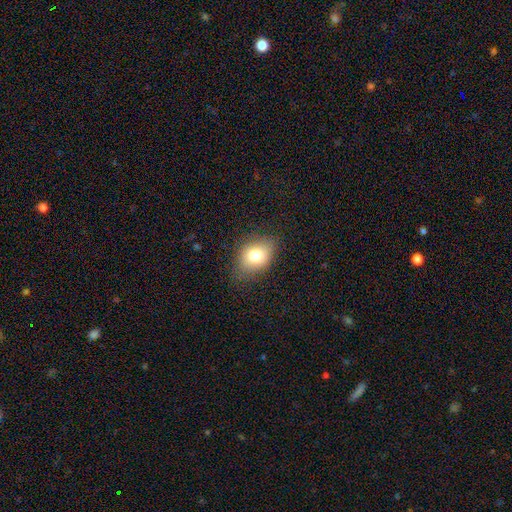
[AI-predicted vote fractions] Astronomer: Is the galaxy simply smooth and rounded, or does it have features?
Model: smooth — 75%.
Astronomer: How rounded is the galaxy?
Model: in between — 70%.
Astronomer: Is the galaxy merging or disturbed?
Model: none — 77%.